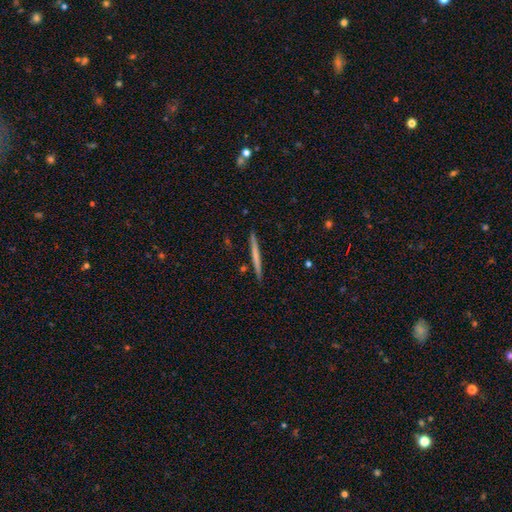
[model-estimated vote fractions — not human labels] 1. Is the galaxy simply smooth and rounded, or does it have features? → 51% smooth, 44% featured or disk, 5% star or artifact.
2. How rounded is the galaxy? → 97% cigar-shaped, 2% in between, 1% round.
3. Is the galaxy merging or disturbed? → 91% none, 6% minor disturbance, 1% merger, 1% major disturbance.